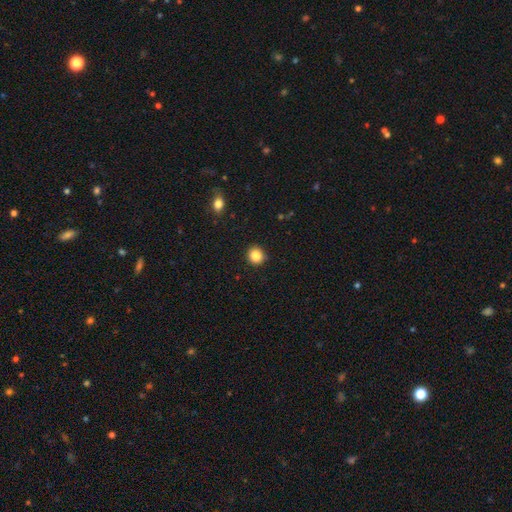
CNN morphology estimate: The model was most divided on "smooth or featured": smooth: 85%, star or artifact: 11%, featured or disk: 4%. More confident: merging — none (90%); how rounded — round (89%).